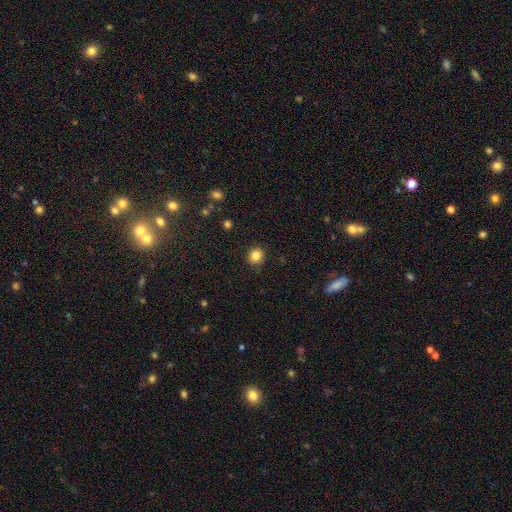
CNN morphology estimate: Q: Smooth or featured?
A: smooth (84%); runner-up: star or artifact (11%)
Q: How rounded?
A: round (86%); runner-up: in between (14%)
Q: Merging?
A: none (89%); runner-up: minor disturbance (7%)